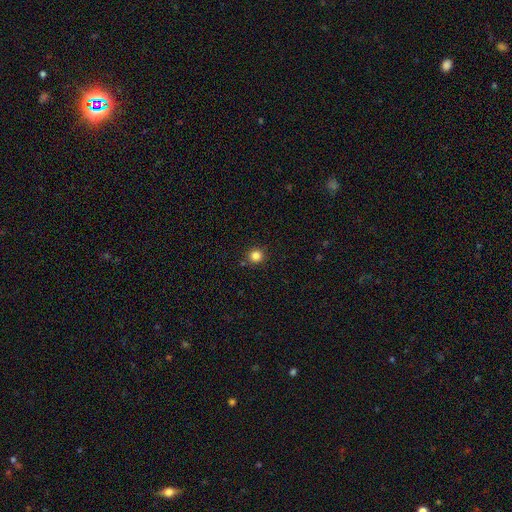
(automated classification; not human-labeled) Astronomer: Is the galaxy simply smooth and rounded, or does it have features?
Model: smooth — 83%.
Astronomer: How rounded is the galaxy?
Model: round — 94%.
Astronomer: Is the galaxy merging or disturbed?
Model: none — 90%.